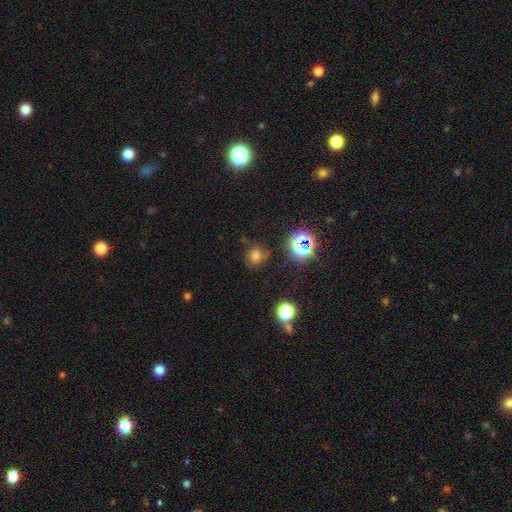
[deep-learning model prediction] A smooth galaxy with no disk features (62%) that is round (81%).

Vote fractions:
- Smooth or featured? smooth: 62% / star or artifact: 28% / featured or disk: 10%
- How rounded? round: 81% / in between: 18% / cigar-shaped: 1%
- Merging? none: 70% / minor disturbance: 18% / major disturbance: 8% / merger: 4%